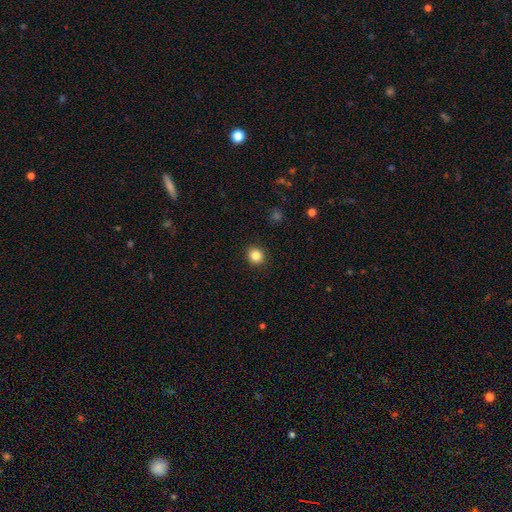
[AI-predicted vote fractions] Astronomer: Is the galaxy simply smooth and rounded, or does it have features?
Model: smooth — 84%.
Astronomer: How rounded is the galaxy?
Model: round — 86%.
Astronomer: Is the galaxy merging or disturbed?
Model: none — 92%.